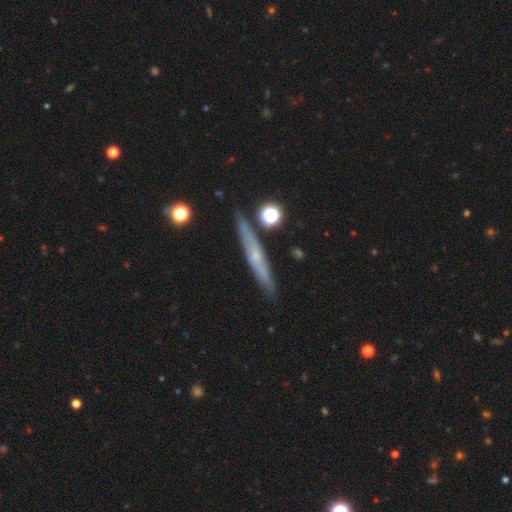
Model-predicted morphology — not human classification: A featured or disk galaxy (60%) viewed edge-on (90%) with a rounded central bulge (48%, tied with none).

Vote fractions:
- Smooth or featured? featured or disk: 60% / smooth: 32% / star or artifact: 8%
- Edge-on disk? yes: 90% / no: 10%
- Edge-on bulge? rounded: 48% (tied) / none: 48% (tied) / boxy: 4%
- Merging? none: 84% / minor disturbance: 11% / merger: 3% / major disturbance: 2%